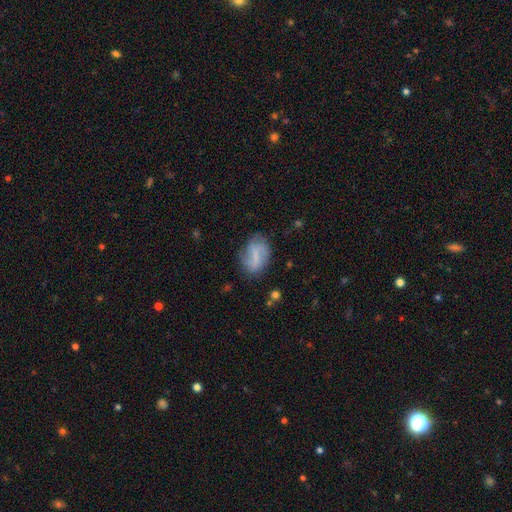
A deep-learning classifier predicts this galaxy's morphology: Overall: smooth (50%; featured or disk 41%). Merging: none (63%; minor disturbance 24%).